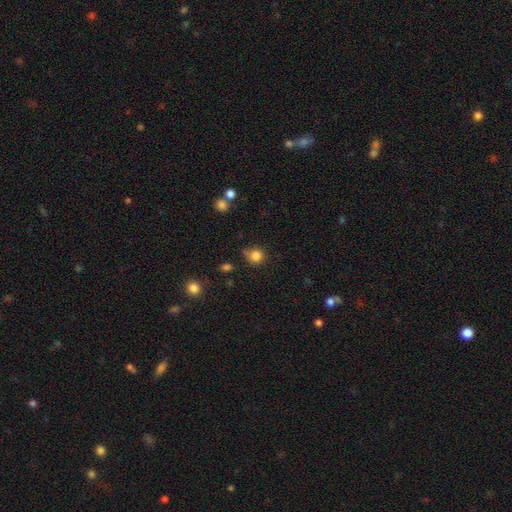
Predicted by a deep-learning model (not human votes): Smooth or featured?
  - smooth: 83% *
  - star or artifact: 11%
  - featured or disk: 5%
How rounded?
  - round: 87% *
  - in between: 12%
  - cigar-shaped: 1%
Merging?
  - none: 64% *
  - minor disturbance: 25%
  - major disturbance: 6%
  - merger: 5%